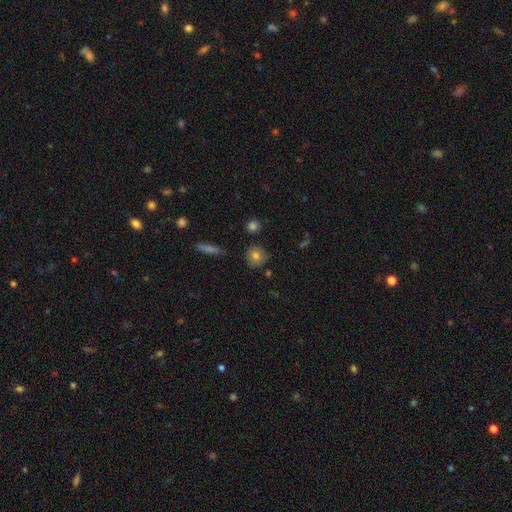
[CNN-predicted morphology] A smooth galaxy with no disk features (78%) that is round (90%).

Vote fractions:
- Smooth or featured? smooth: 78% / featured or disk: 12% / star or artifact: 10%
- How rounded? round: 90% / in between: 9% / cigar-shaped: 2%
- Merging? none: 83% / minor disturbance: 11% / merger: 3% / major disturbance: 2%